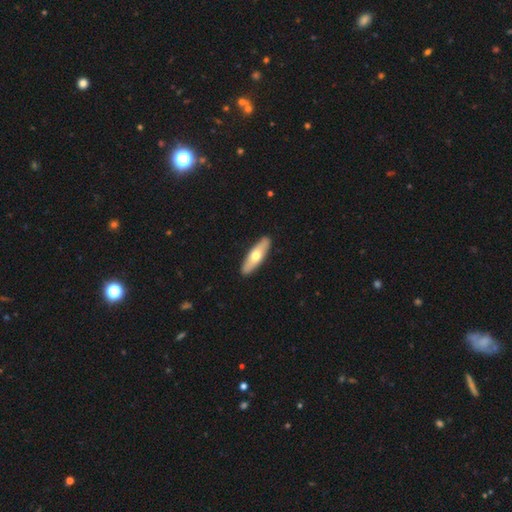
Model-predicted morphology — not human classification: A smooth galaxy with no disk features (56%) that is cigar-shaped (58%). Merging: none (91%).